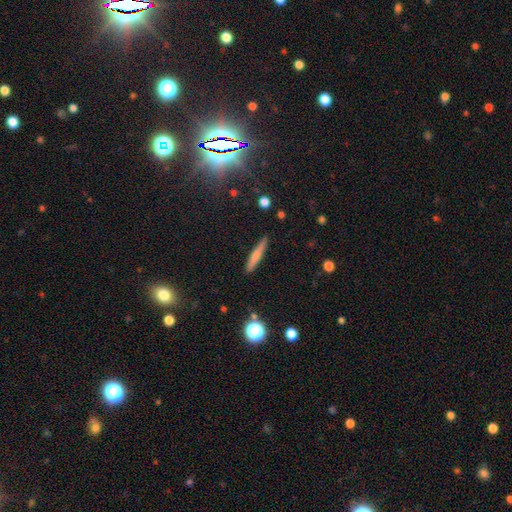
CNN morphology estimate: Smooth or featured? Predicted: smooth (p=0.66). How rounded? Predicted: cigar-shaped (p=0.92). Merging? Predicted: none (p=0.88).